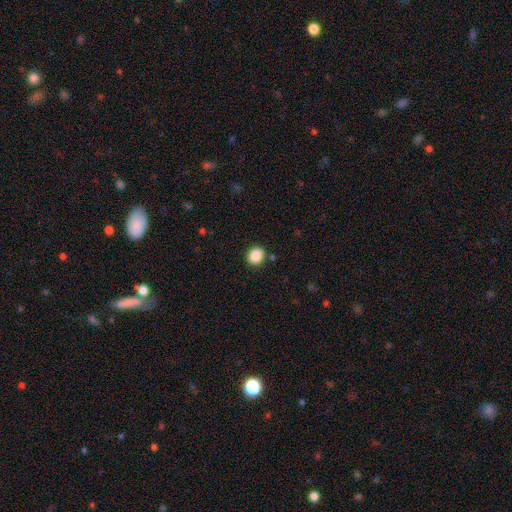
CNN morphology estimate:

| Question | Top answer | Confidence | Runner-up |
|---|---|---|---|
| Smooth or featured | smooth | 87% | star or artifact (10%) |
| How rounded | round | 84% | in between (15%) |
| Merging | none | 89% | minor disturbance (7%) |